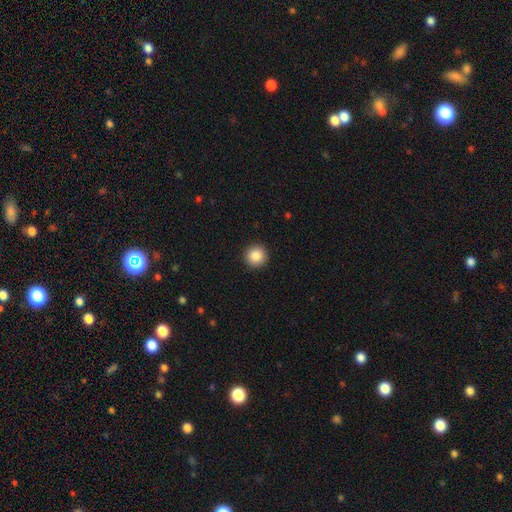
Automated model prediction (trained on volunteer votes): A smooth galaxy with no disk features (86%) that is round (96%). Merging: none (93%).